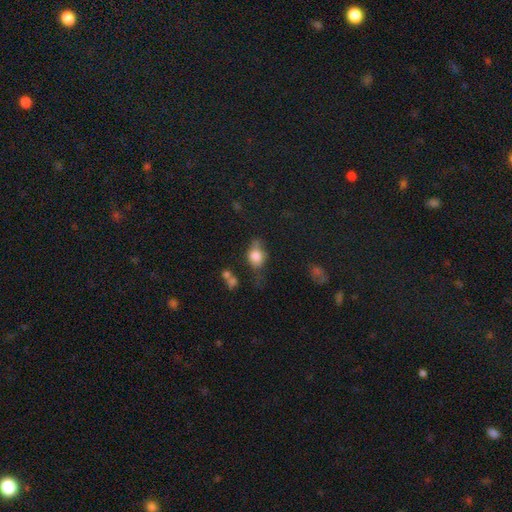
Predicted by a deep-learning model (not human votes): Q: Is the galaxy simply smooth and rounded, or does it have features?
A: smooth — 74%.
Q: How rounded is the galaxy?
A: in between — 57%.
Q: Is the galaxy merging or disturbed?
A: none — 45%.